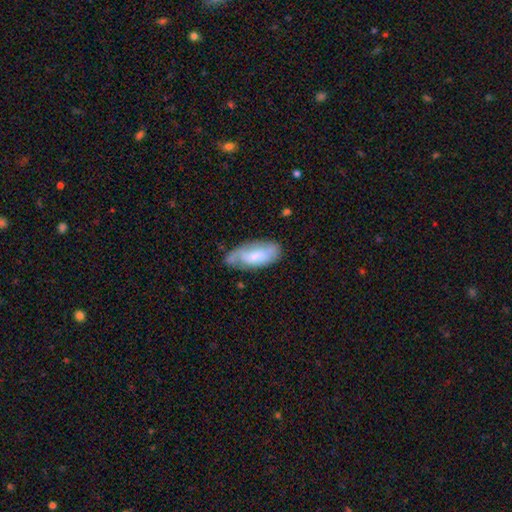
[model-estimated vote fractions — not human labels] A smooth galaxy with no disk features (51%) that is in between round and cigar-shaped (87%).

Vote fractions:
- Smooth or featured? smooth: 51% / featured or disk: 43% / star or artifact: 6%
- How rounded? in between: 87% / cigar-shaped: 11% / round: 2%
- Merging? none: 60% / minor disturbance: 29% / major disturbance: 9% / merger: 3%